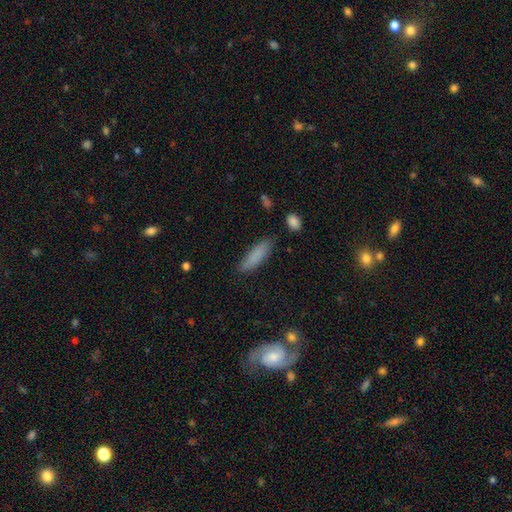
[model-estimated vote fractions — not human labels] Smooth or featured: smooth — 84% (featured or disk — 9%)
How rounded: cigar-shaped — 59% (in between — 40%)
Merging: none — 81% (minor disturbance — 13%)